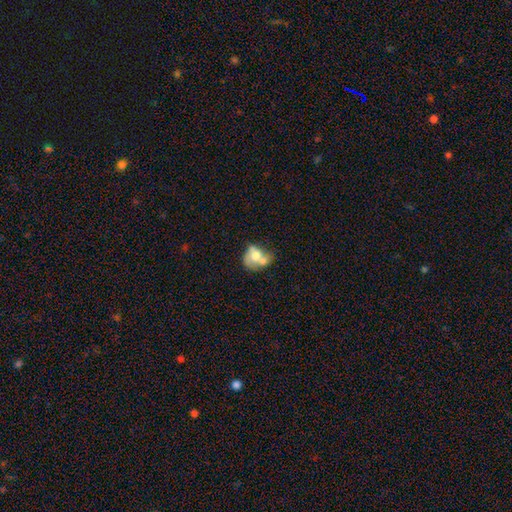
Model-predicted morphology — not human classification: type=smooth (56%); roundness=in between (50%); merging=merger (55%).